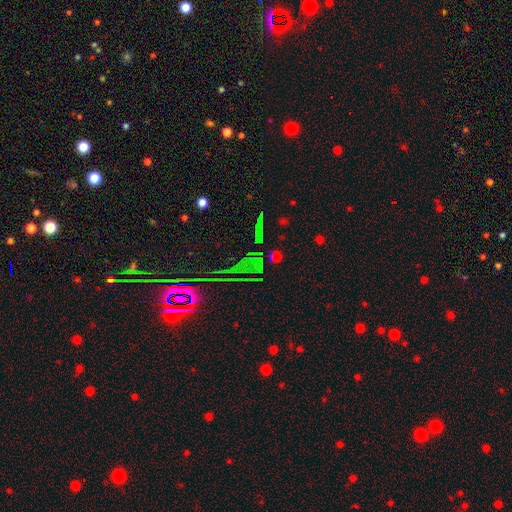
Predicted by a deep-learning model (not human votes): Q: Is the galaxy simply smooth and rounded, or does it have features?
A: star or artifact — 69%.